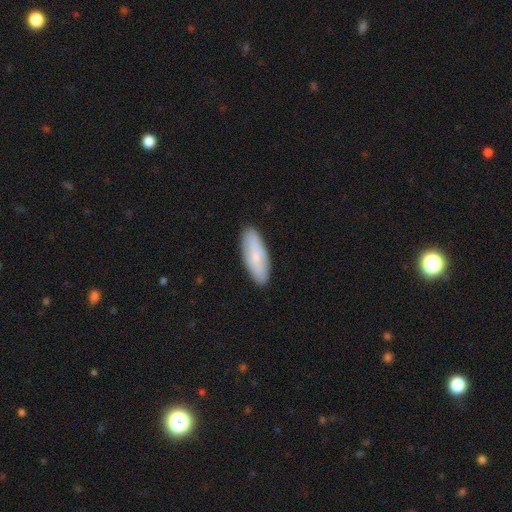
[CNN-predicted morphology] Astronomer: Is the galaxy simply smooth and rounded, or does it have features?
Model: smooth — 72%.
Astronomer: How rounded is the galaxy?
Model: in between — 63%.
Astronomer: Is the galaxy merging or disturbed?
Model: none — 87%.